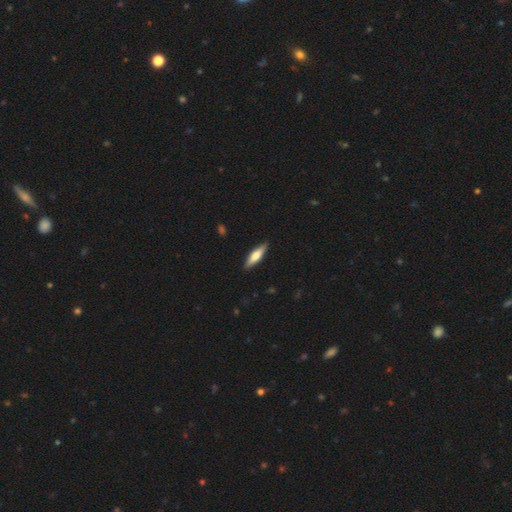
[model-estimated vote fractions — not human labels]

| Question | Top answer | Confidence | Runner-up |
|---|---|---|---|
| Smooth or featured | smooth | 58% | featured or disk (36%) |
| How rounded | cigar-shaped | 67% | in between (32%) |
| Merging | none | 89% | minor disturbance (8%) |